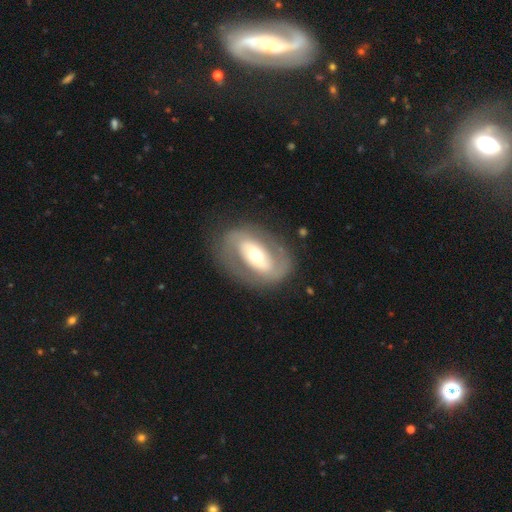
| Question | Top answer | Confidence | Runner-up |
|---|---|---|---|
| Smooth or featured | featured or disk | 70% | smooth (27%) |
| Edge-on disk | no | 100% | — |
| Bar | strong | 50% | weak (38%) |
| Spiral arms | yes | 77% | no (23%) |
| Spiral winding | medium | 45% | tight (30%) |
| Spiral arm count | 2 | 85% | 1 (5%) |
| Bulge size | moderate | 46% | small (42%) |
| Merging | none | 75% | minor disturbance (17%) |